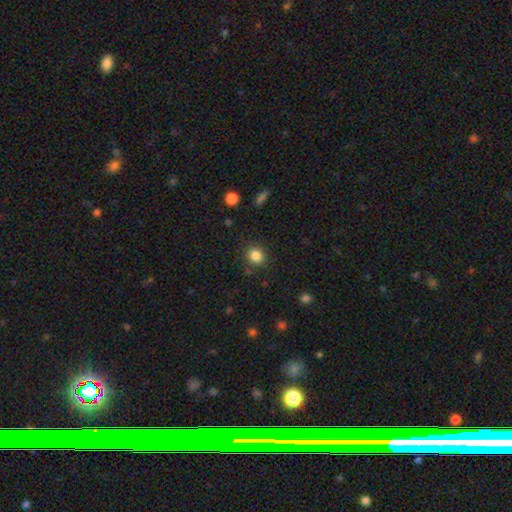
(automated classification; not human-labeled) Overall: smooth (84%). How rounded: round (76%). Merging: none (85%).